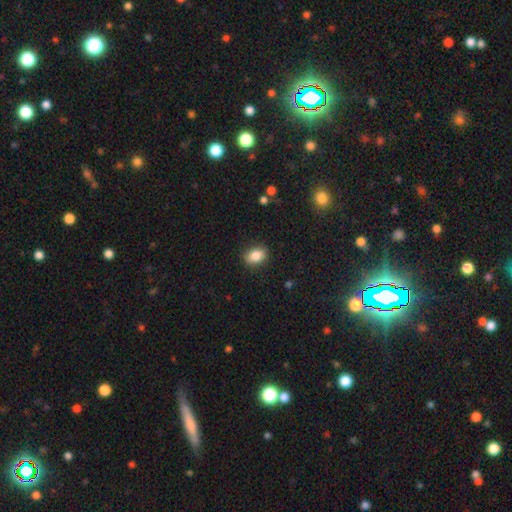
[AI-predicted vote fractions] Smooth or featured? Predicted: smooth (p=0.85). How rounded? Predicted: in between (p=0.76). Merging? Predicted: none (p=0.87).